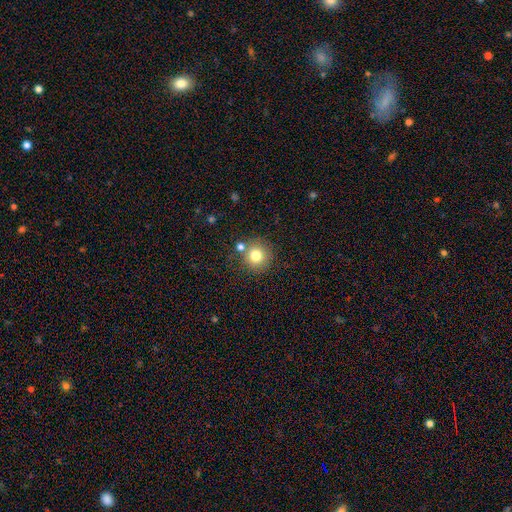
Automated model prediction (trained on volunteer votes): A smooth galaxy with no disk features (78%) that is round (94%). Merging: none (76%).